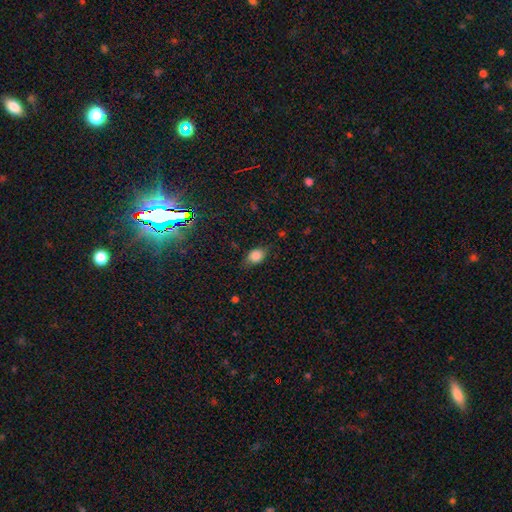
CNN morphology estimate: Smooth or featured? smooth (81%)
How rounded? in between (75%)
Merging? none (72%)